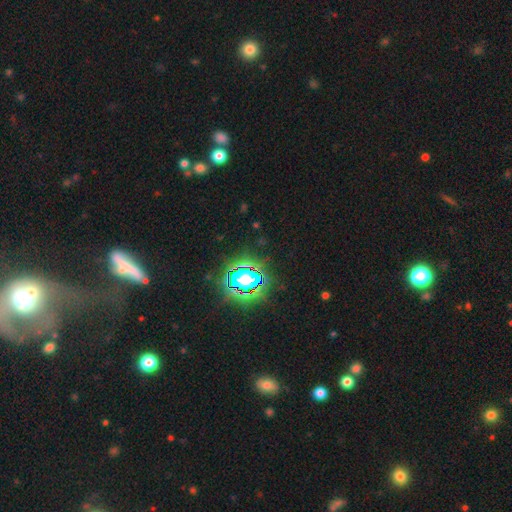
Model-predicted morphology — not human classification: Q: Smooth or featured?
A: star or artifact (74%); runner-up: smooth (14%)